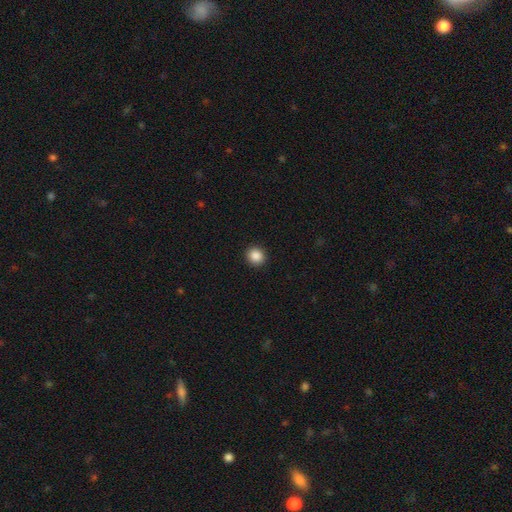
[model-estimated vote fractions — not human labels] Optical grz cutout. It shows a smooth galaxy with no disk features (88%) that is round (89%). Merging: none (93%).